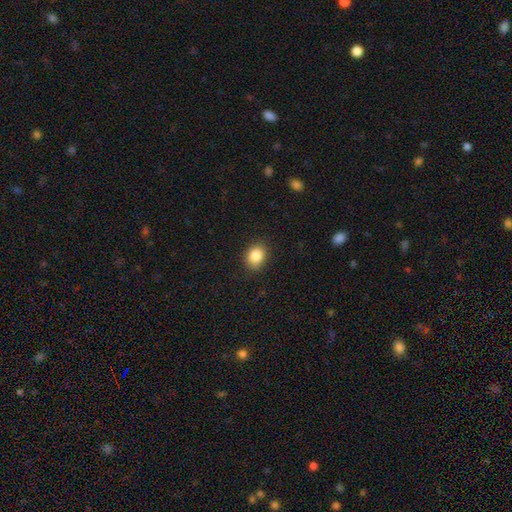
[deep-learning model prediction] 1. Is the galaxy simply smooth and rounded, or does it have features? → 86% smooth, 9% star or artifact, 5% featured or disk.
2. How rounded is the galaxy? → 51% in between, 48% round, 1% cigar-shaped.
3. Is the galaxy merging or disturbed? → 87% none, 10% minor disturbance, 2% major disturbance, 1% merger.